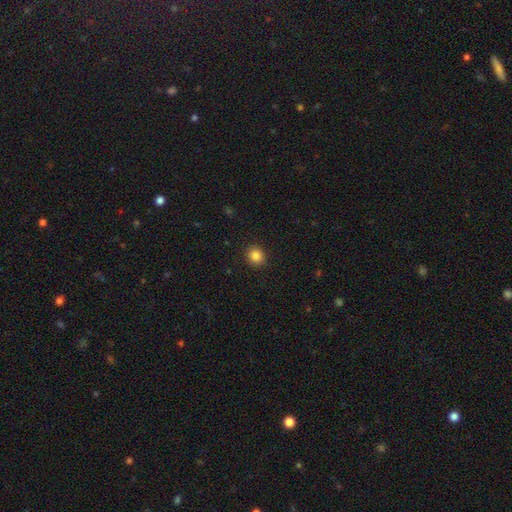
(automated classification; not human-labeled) Q: Smooth or featured?
A: smooth (85%); runner-up: star or artifact (11%)
Q: How rounded?
A: round (84%); runner-up: in between (15%)
Q: Merging?
A: none (92%); runner-up: minor disturbance (6%)